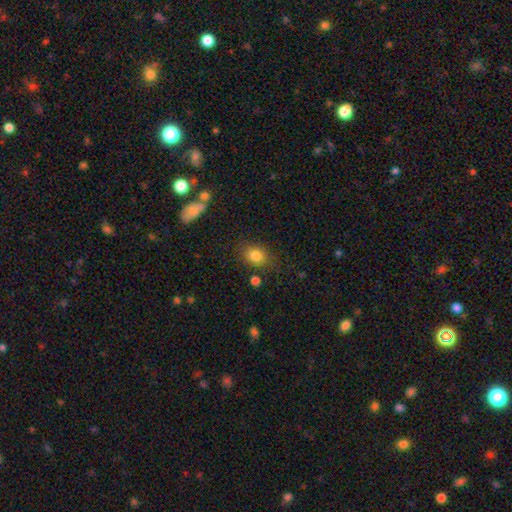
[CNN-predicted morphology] Overall: smooth (83%). How rounded: in between (60%; round 38%). Merging: none (76%).